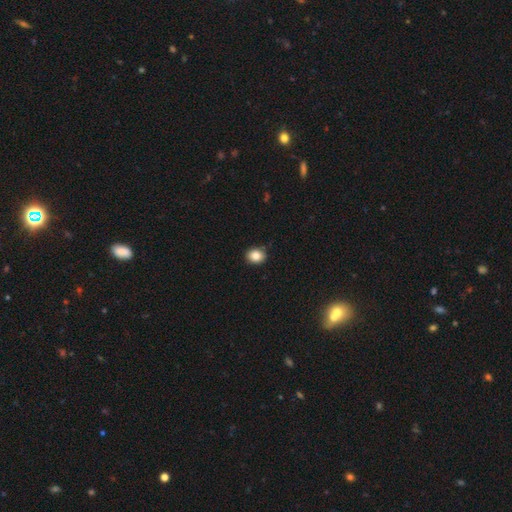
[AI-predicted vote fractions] Smooth or featured? smooth (85%)
How rounded? round (55%)
Merging? none (88%)